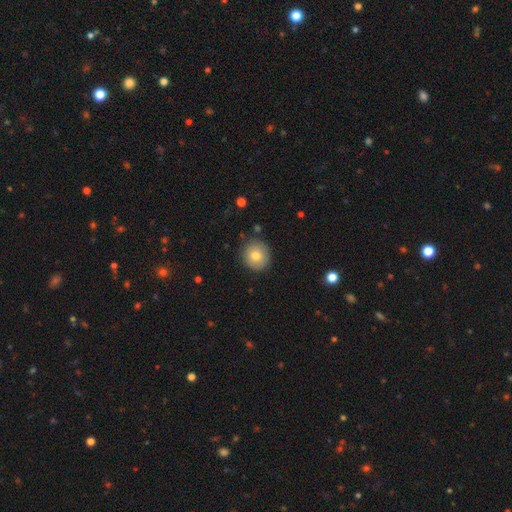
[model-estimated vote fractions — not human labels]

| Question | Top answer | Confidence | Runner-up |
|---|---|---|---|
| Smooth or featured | smooth | 78% | featured or disk (13%) |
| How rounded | round | 91% | in between (8%) |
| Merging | none | 87% | minor disturbance (9%) |